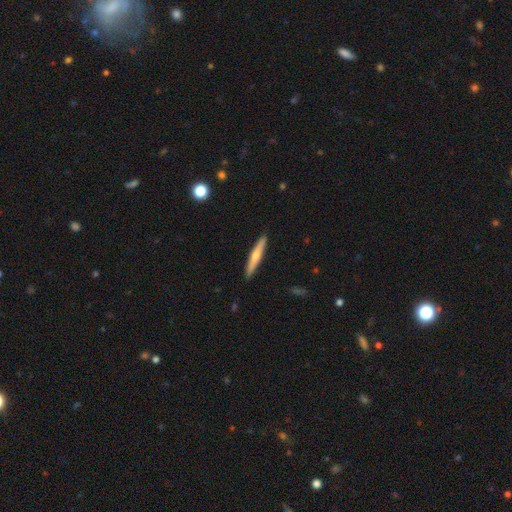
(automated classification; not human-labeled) A smooth galaxy with no disk features (50%) that is cigar-shaped (93%). Merging: none (91%).